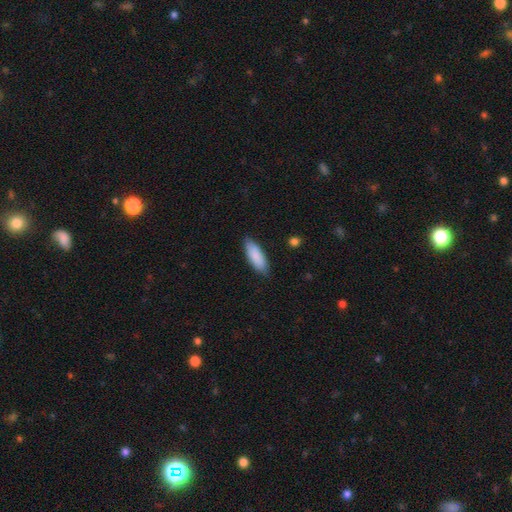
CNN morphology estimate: A smooth galaxy with no disk features (87%) that is in between round and cigar-shaped (68%). Merging: none (84%).